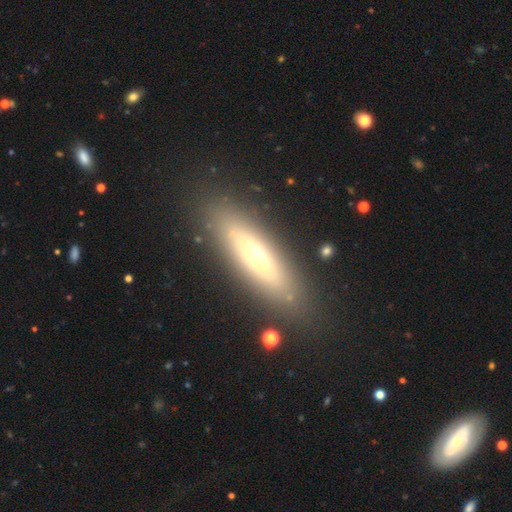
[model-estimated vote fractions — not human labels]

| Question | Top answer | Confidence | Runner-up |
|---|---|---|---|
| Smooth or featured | featured or disk | 46% | smooth (45%) |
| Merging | none | 85% | minor disturbance (10%) |